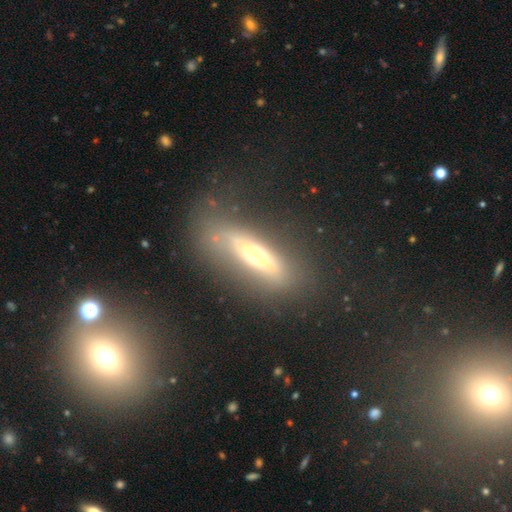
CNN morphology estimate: The model was most divided on "smooth or featured": featured or disk: 51%, smooth: 39%, star or artifact: 10%. More confident: edge-on disk — yes (63%); merging — none (60%).